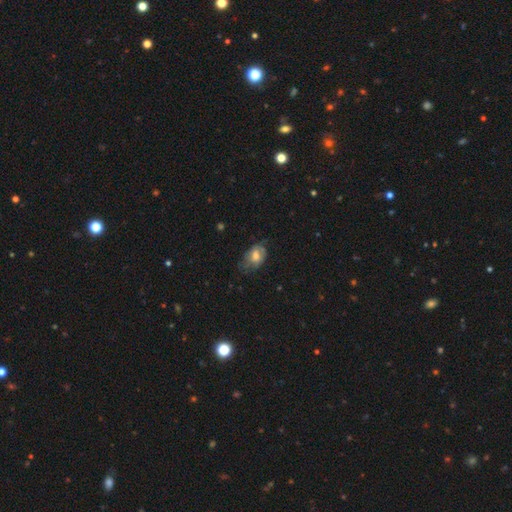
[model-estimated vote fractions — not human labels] Q: Smooth or featured?
A: smooth (58%); runner-up: featured or disk (33%)
Q: How rounded?
A: in between (82%); runner-up: round (16%)
Q: Merging?
A: none (49%); runner-up: minor disturbance (33%)